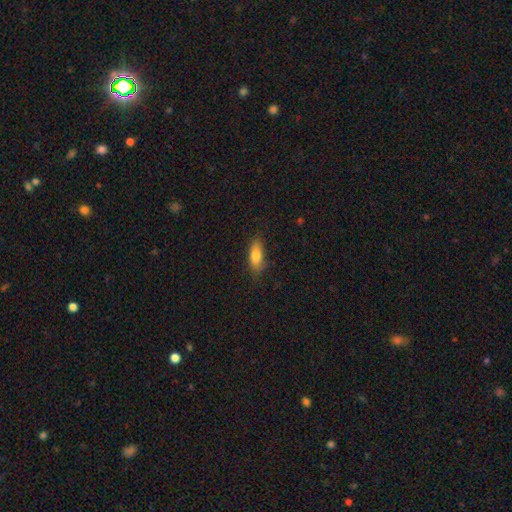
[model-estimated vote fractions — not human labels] smooth-or-featured: smooth: 80% | featured or disk: 13% | star or artifact: 7%
  how-rounded: in between: 76% | cigar-shaped: 21% | round: 3%
  merging: none: 79% | minor disturbance: 16% | major disturbance: 4% | merger: 1%